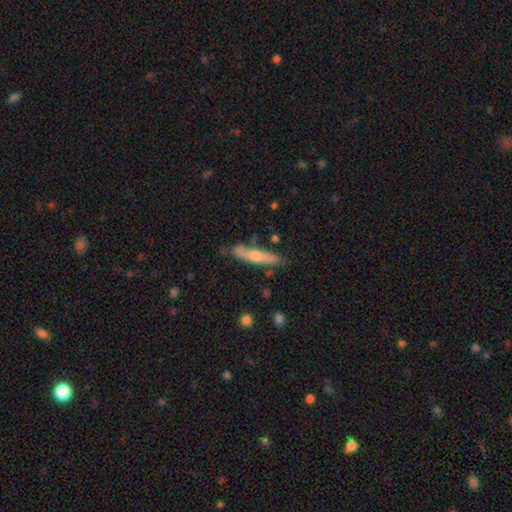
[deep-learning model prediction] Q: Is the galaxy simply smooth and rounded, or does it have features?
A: smooth — 49%.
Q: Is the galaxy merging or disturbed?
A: none — 73%.